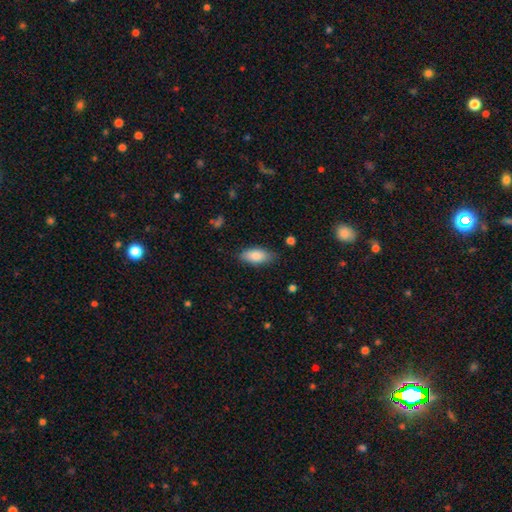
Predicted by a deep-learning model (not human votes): Smooth or featured?
  - smooth: 84% *
  - featured or disk: 9%
  - star or artifact: 7%
How rounded?
  - in between: 88% *
  - cigar-shaped: 10%
  - round: 3%
Merging?
  - none: 79% *
  - minor disturbance: 16%
  - major disturbance: 3%
  - merger: 1%